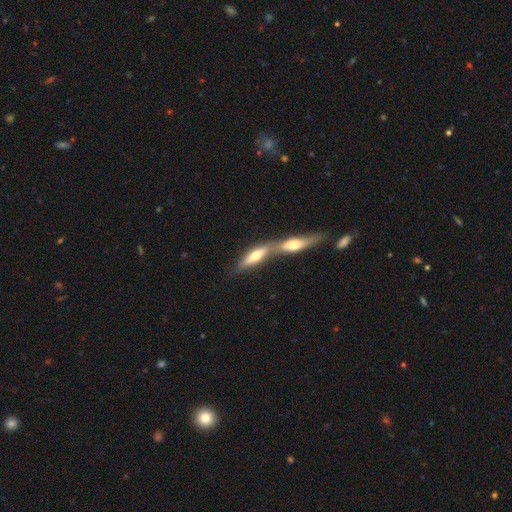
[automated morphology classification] Overall: smooth (53%; featured or disk 41%). How rounded: cigar-shaped (58%; in between 40%). Merging: merger (62%; none 28%).